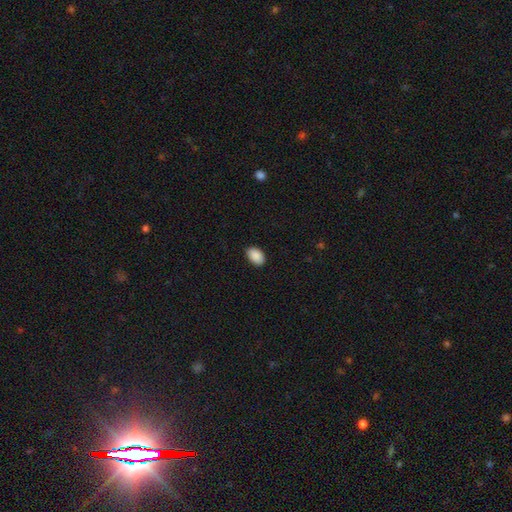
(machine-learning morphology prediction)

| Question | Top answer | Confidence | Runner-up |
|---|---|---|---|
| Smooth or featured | smooth | 91% | star or artifact (7%) |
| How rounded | in between | 90% | round (9%) |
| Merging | none | 89% | minor disturbance (9%) |